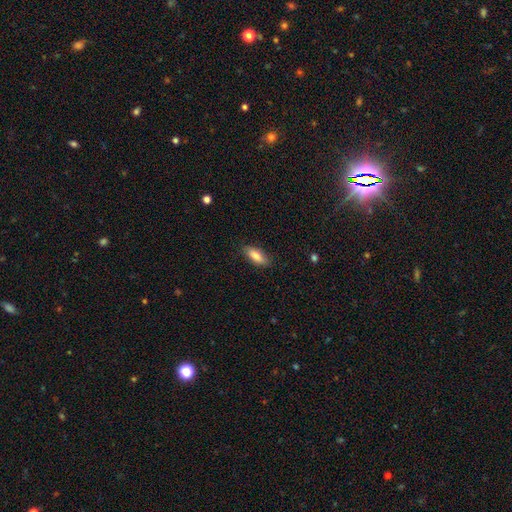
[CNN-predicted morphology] type=smooth (83%); roundness=in between (76%); merging=none (83%).